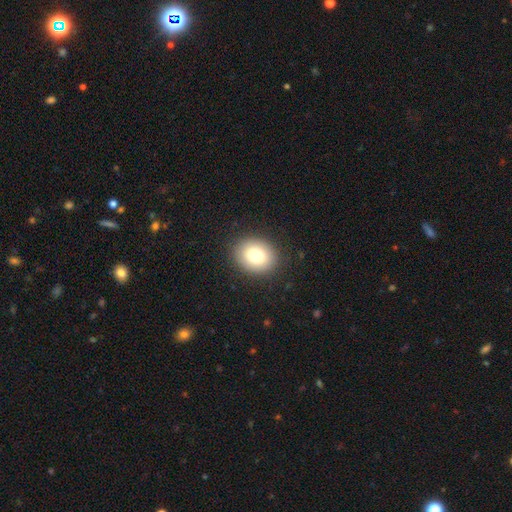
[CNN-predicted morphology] Smooth or featured? smooth (80%)
How rounded? round (54%)
Merging? none (88%)